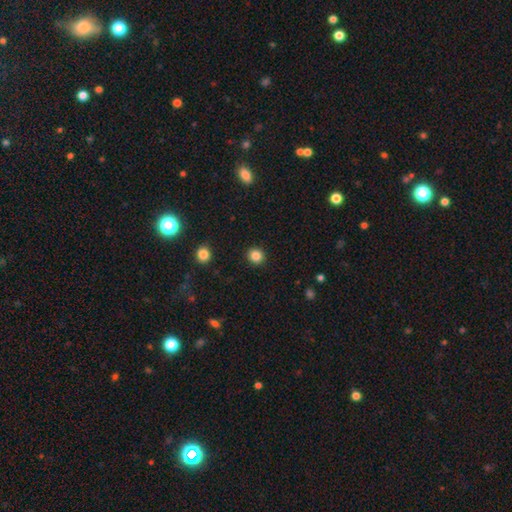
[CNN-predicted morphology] This appears to be a smooth galaxy with no disk features (85%) that is round (85%). Merging: none (92%).